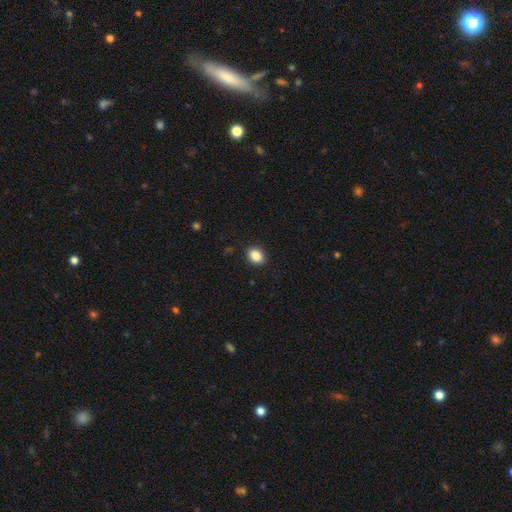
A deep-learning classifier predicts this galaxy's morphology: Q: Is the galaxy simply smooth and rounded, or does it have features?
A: smooth — 87%.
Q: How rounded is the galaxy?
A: in between — 55%.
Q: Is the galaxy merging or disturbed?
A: none — 90%.